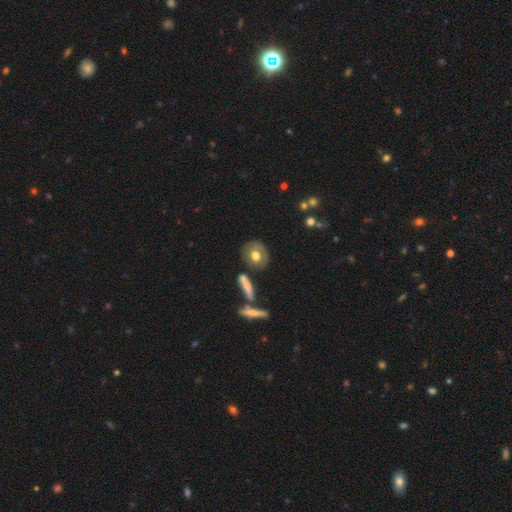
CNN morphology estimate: Smooth or featured? smooth (59%)
How rounded? round (62%)
Merging? none (70%)